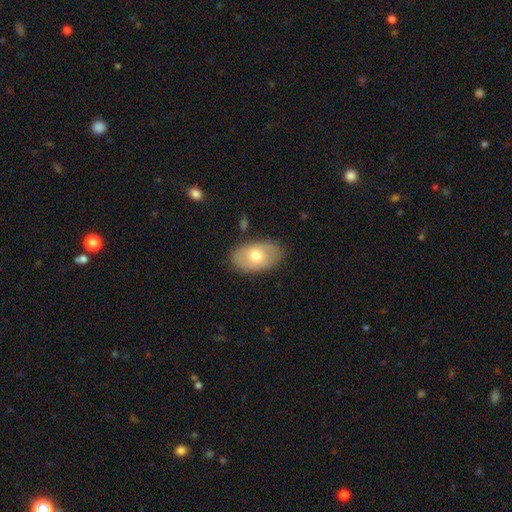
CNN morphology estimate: A smooth galaxy with no disk features (65%) that is in between round and cigar-shaped (90%). Merging: none (83%).